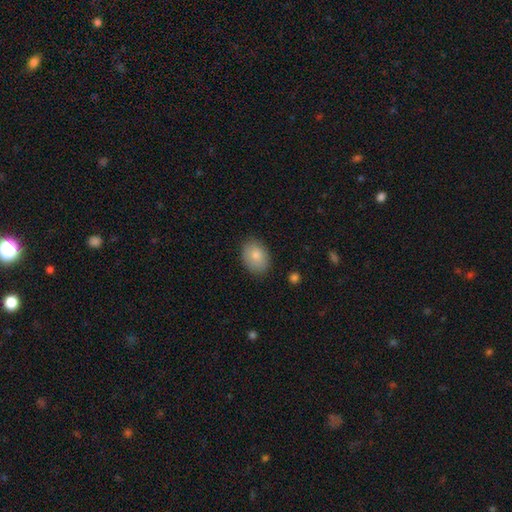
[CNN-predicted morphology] Smooth or featured?
  - smooth: 82% *
  - featured or disk: 10%
  - star or artifact: 7%
How rounded?
  - in between: 69% *
  - round: 30%
  - cigar-shaped: 1%
Merging?
  - none: 83% *
  - minor disturbance: 13%
  - major disturbance: 3%
  - merger: 1%